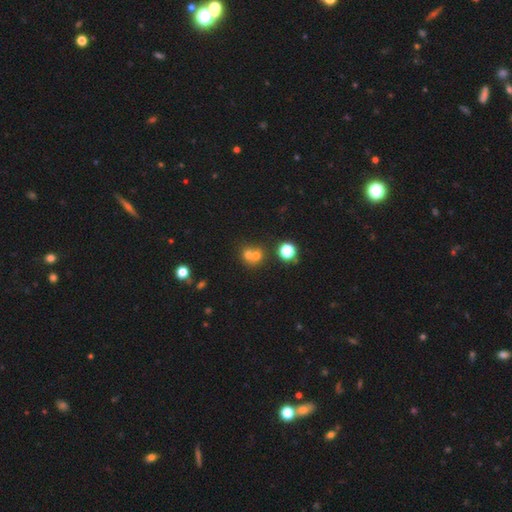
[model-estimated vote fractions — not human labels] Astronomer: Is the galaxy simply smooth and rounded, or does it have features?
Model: smooth — 64%.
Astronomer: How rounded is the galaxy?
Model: round — 80%.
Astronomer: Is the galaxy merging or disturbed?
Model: merger — 58% (runner-up: none, 34%).